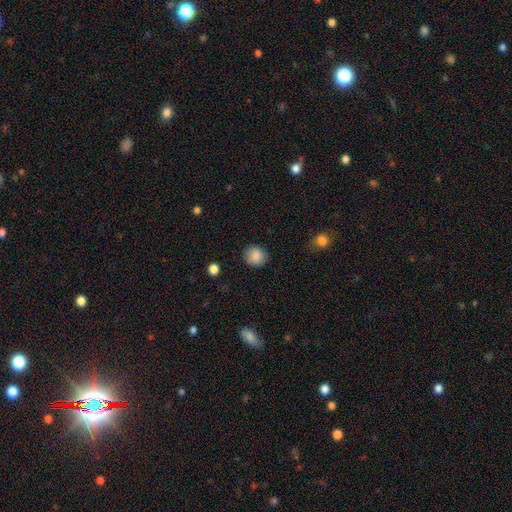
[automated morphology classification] This appears to be a smooth galaxy with no disk features (86%) that is round (75%). Merging: none (81%).